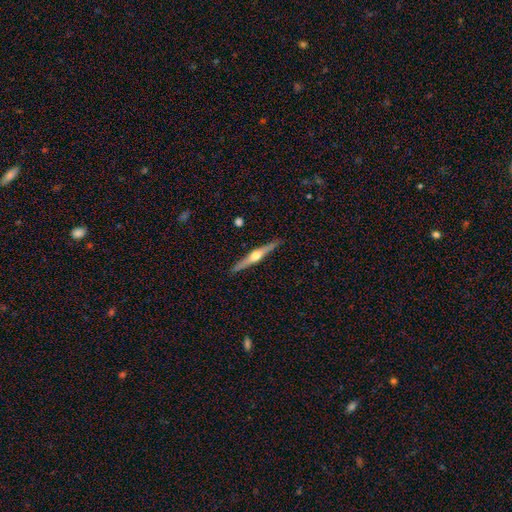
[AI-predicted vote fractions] featured or disk 73%, smooth 22%, star or artifact 5%. Down the decision tree: edge-on disk — yes (98%); edge-on bulge — rounded (94%); merging — none (90%).